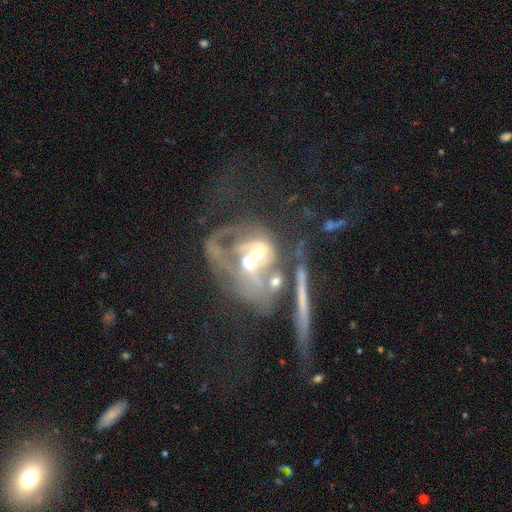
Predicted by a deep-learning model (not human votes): Smooth or featured: featured or disk — 71% (smooth — 17%)
Edge-on disk: no — 88% (yes — 12%)
Bar: no — 74% (weak — 18%)
Spiral arms: no — 53% (yes — 47%)
Bulge size: moderate — 59% (small — 27%)
Merging: merger — 53% (major disturbance — 22%)